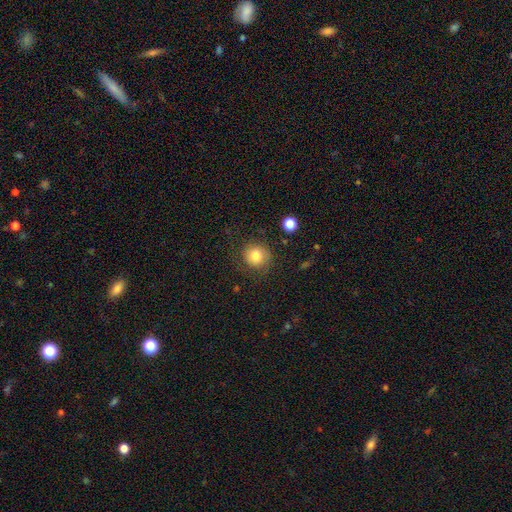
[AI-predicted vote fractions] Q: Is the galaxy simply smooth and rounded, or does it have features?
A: smooth — 78%.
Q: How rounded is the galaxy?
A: round — 89%.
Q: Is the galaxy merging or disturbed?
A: none — 76%.